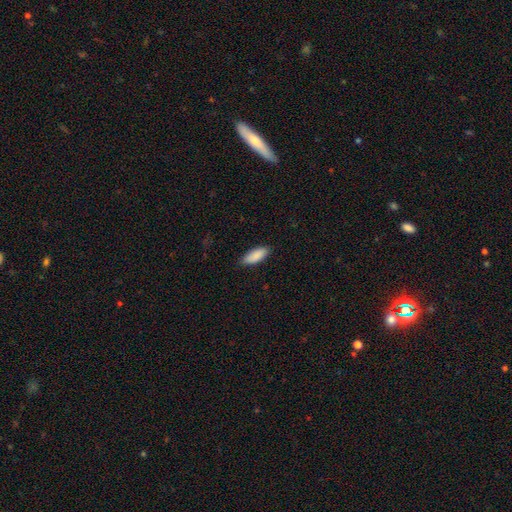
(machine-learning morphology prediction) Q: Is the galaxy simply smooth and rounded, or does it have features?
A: smooth — 89%.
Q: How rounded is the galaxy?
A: in between — 79%.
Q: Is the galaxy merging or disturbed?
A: none — 86%.